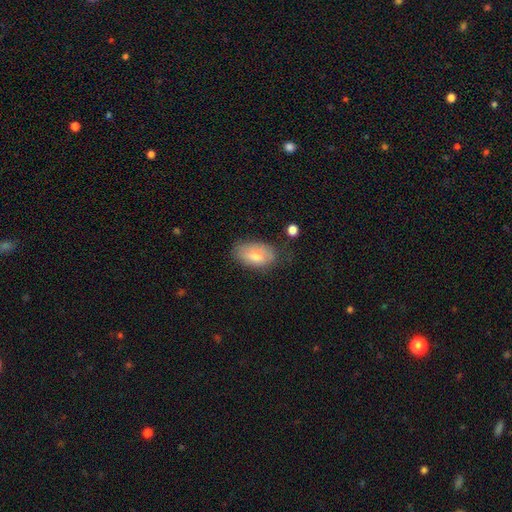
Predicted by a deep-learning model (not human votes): Smooth or featured?
  - smooth: 76% *
  - featured or disk: 17%
  - star or artifact: 7%
How rounded?
  - in between: 93% *
  - round: 5%
  - cigar-shaped: 2%
Merging?
  - none: 60% *
  - minor disturbance: 28%
  - major disturbance: 8%
  - merger: 3%